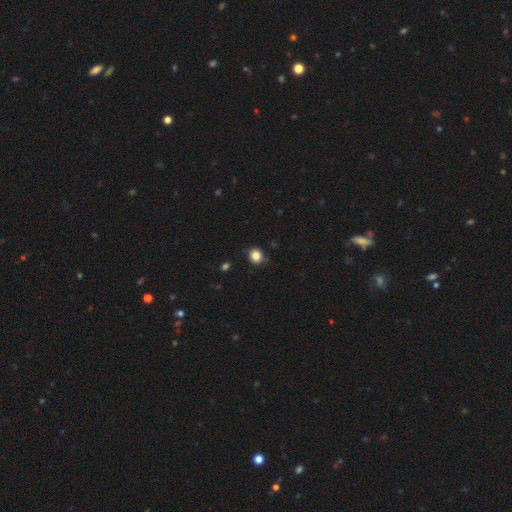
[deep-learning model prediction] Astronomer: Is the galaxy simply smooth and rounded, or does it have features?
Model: smooth — 85%.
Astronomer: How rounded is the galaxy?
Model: round — 74%.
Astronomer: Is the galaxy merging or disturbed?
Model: none — 80%.